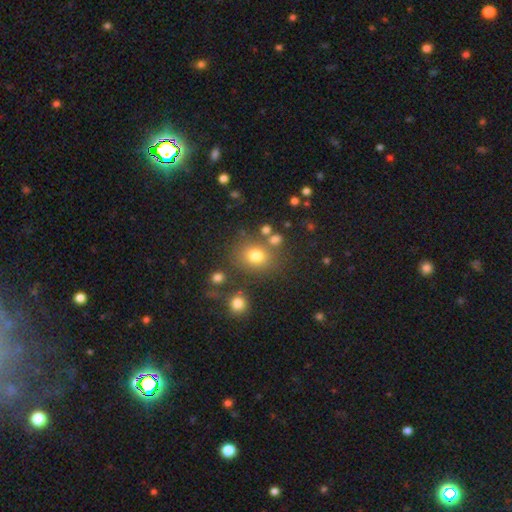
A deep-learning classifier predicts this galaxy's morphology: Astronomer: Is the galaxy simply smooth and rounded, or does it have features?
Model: smooth — 75%.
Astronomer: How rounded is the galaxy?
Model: round — 66%.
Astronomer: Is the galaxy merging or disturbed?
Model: none — 72%.